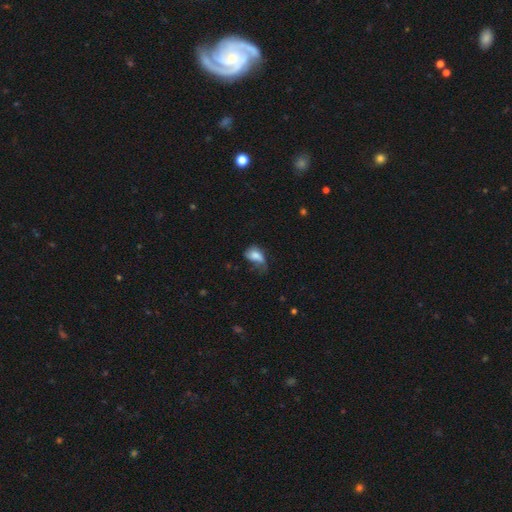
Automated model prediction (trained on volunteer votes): smooth-or-featured: smooth: 68% | featured or disk: 23% | star or artifact: 9%
  how-rounded: in between: 85% | round: 13% | cigar-shaped: 2%
  merging: major disturbance: 37% | minor disturbance: 35% | none: 25% | merger: 3%